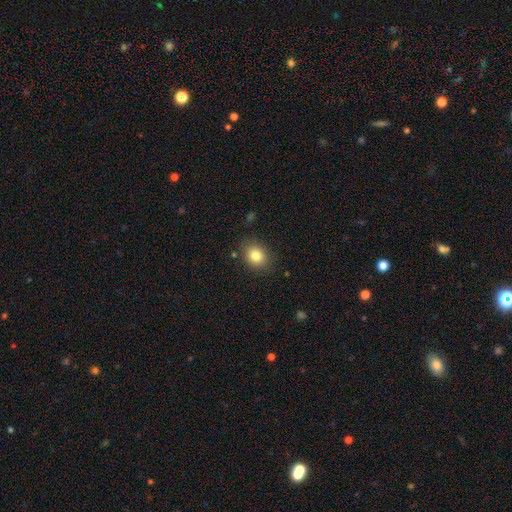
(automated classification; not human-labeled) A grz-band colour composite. It shows a smooth galaxy with no disk features (82%) that is round (58%). Merging: none (84%).